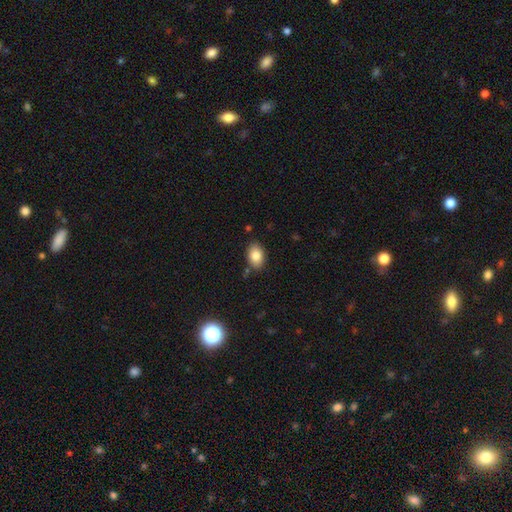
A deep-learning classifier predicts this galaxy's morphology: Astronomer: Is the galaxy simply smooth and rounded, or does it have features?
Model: smooth — 83%.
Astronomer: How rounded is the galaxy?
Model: in between — 84%.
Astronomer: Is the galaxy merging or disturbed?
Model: none — 83%.